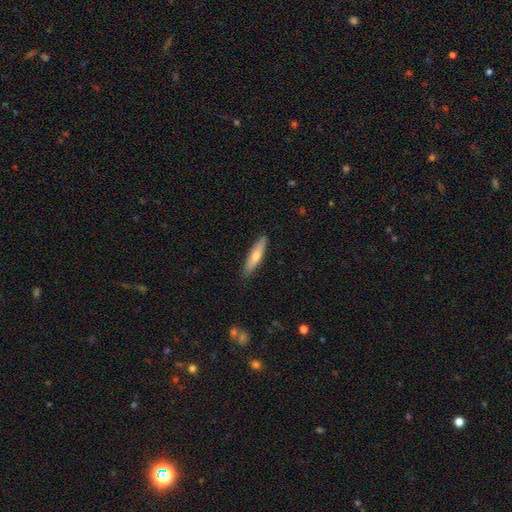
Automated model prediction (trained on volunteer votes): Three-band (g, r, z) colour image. It shows a smooth galaxy with no disk features (60%) that is cigar-shaped (80%). Merging: none (87%).